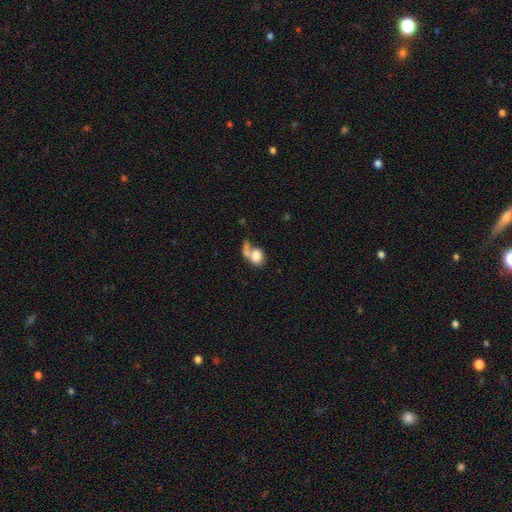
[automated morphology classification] Smooth or featured? smooth (73%)
How rounded? in between (60%)
Merging? merger (49%)